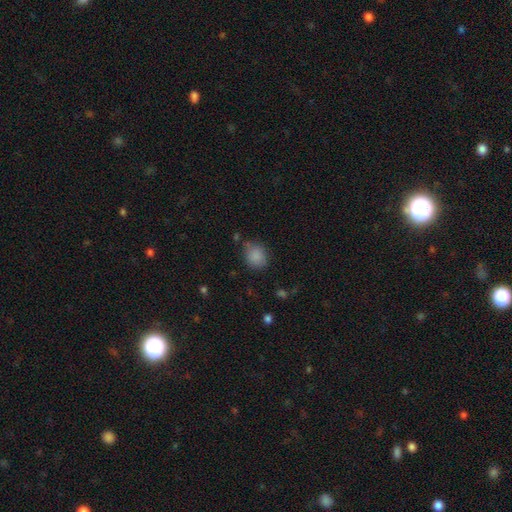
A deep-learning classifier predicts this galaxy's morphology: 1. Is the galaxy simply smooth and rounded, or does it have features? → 86% smooth, 9% star or artifact, 4% featured or disk.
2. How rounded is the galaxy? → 68% round, 31% in between, 1% cigar-shaped.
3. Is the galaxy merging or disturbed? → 72% none, 19% minor disturbance, 5% major disturbance, 4% merger.